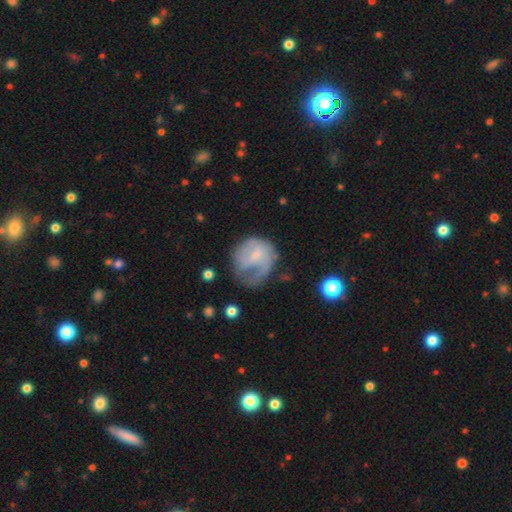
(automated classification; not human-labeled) featured or disk 55%, smooth 37%, star or artifact 7%. Down the decision tree: edge-on disk — no (98%); bar — no (51%); spiral arms — yes (70%); bulge size — small (60%); merging — major disturbance (37%).